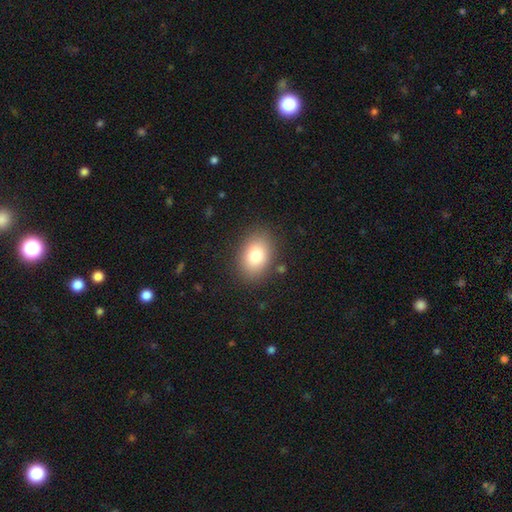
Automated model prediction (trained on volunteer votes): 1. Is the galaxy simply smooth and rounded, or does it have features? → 83% smooth, 9% featured or disk, 8% star or artifact.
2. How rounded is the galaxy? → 80% in between, 18% round, 1% cigar-shaped.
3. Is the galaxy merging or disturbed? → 86% none, 10% minor disturbance, 3% major disturbance, 2% merger.